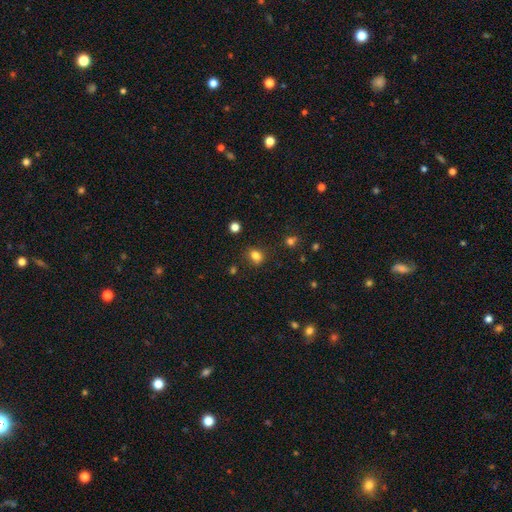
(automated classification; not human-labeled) Q: Smooth or featured?
A: smooth (79%); runner-up: star or artifact (14%)
Q: How rounded?
A: round (52%); runner-up: in between (47%)
Q: Merging?
A: none (77%); runner-up: minor disturbance (15%)